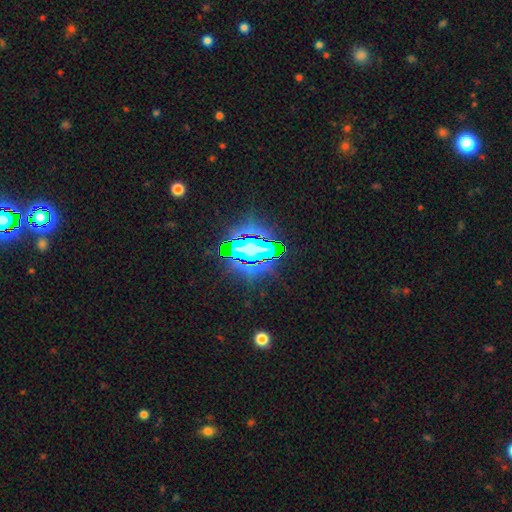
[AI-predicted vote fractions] star or artifact 79%, smooth 12%, featured or disk 9%.